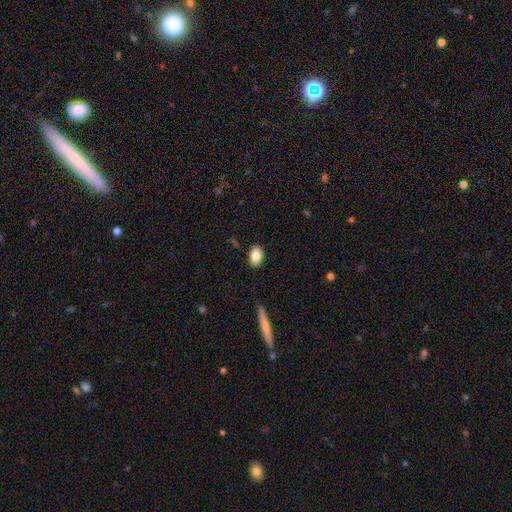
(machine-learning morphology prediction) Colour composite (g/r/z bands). It shows a smooth galaxy with no disk features (84%) that is in between round and cigar-shaped (80%). Merging: none (89%).